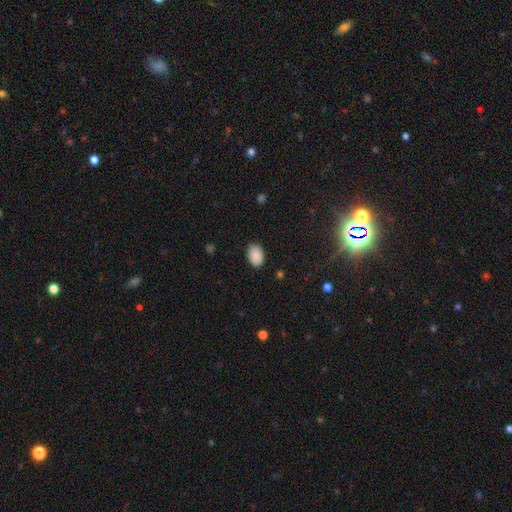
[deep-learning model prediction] Smooth or featured: smooth — 89% (star or artifact — 8%)
How rounded: in between — 84% (round — 15%)
Merging: none — 84% (minor disturbance — 12%)